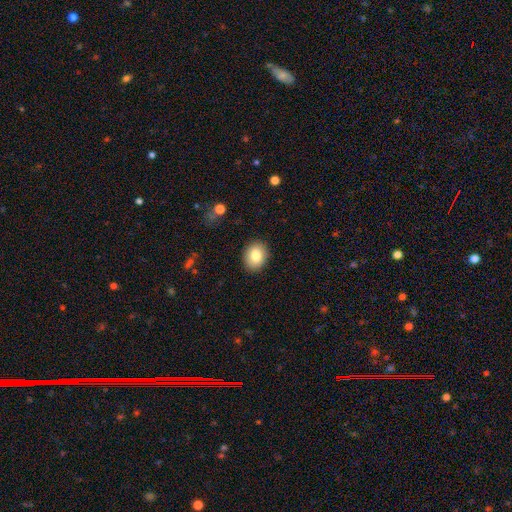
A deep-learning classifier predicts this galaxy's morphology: Q: Smooth or featured?
A: smooth (82%); runner-up: featured or disk (10%)
Q: How rounded?
A: in between (50%); runner-up: round (49%)
Q: Merging?
A: none (89%); runner-up: minor disturbance (8%)